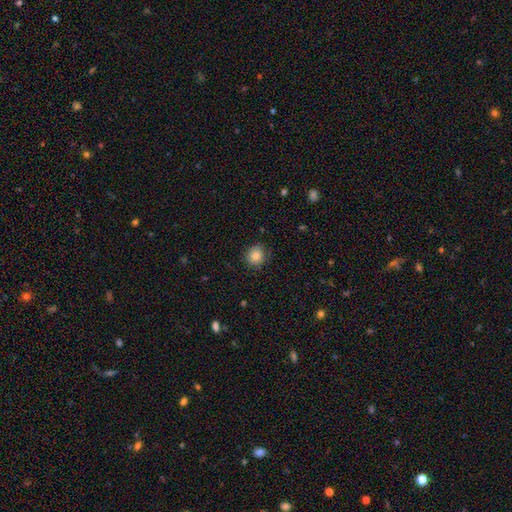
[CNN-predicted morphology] A smooth galaxy with no disk features (83%) that is round (80%). Merging: none (81%).